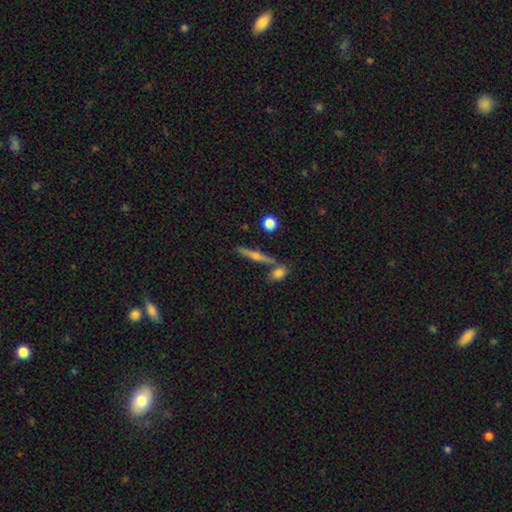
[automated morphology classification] A featured or disk galaxy (67%) viewed edge-on (97%) with a rounded central bulge (91%).

Vote fractions:
- Smooth or featured? featured or disk: 67% / smooth: 25% / star or artifact: 8%
- Edge-on disk? yes: 97% / no: 3%
- Edge-on bulge? rounded: 91% / none: 5% / boxy: 4%
- Merging? none: 78% / merger: 13% / minor disturbance: 8% / major disturbance: 2%